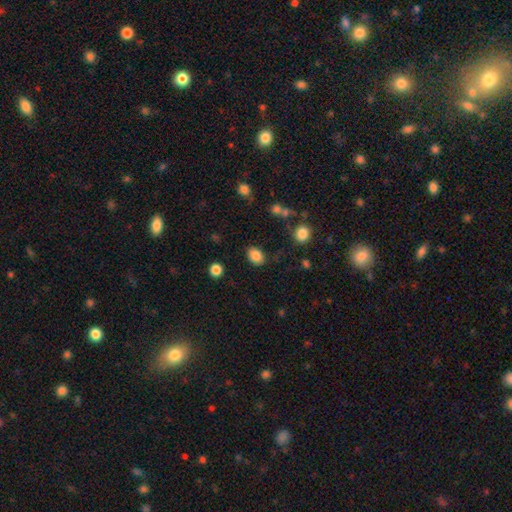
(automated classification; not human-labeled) Q: Smooth or featured?
A: smooth (85%); runner-up: star or artifact (9%)
Q: How rounded?
A: in between (74%); runner-up: round (25%)
Q: Merging?
A: none (82%); runner-up: minor disturbance (12%)